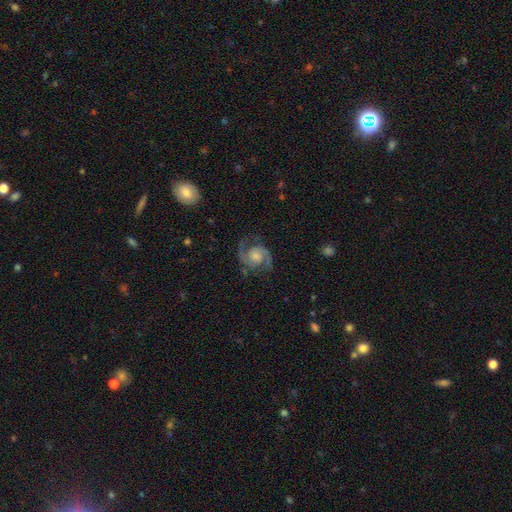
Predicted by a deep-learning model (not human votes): Smooth or featured: featured or disk — 91% (star or artifact — 5%)
Edge-on disk: no — 98% (yes — 2%)
Bar: no — 63% (weak — 30%)
Spiral arms: yes — 98% (no — 2%)
Spiral winding: medium — 60% (tight — 26%)
Spiral arm count: 2 — 94% (can't tell — 2%)
Bulge size: moderate — 50% (small — 29%)
Merging: none — 82% (minor disturbance — 12%)